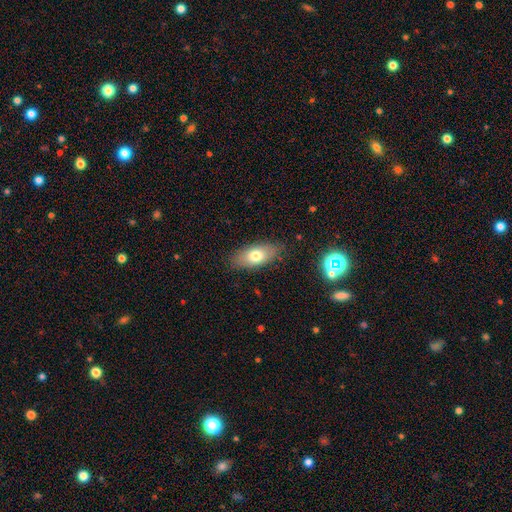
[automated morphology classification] A smooth galaxy with no disk features (73%) that is in between round and cigar-shaped (85%). Merging: none (84%).